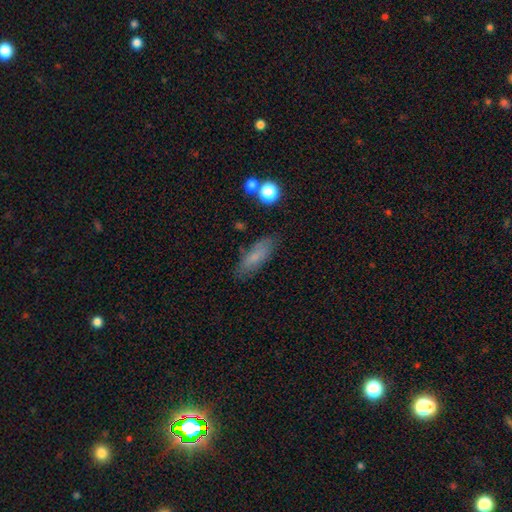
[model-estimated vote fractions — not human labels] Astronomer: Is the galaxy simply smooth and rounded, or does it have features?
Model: smooth — 72%.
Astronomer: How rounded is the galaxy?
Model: in between — 59% (runner-up: cigar-shaped, 38%).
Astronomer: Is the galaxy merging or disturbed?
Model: none — 77%.